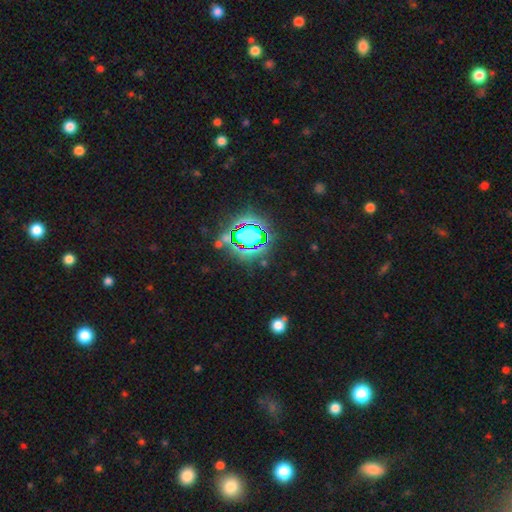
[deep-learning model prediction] star or artifact 82%, smooth 11%, featured or disk 7%.